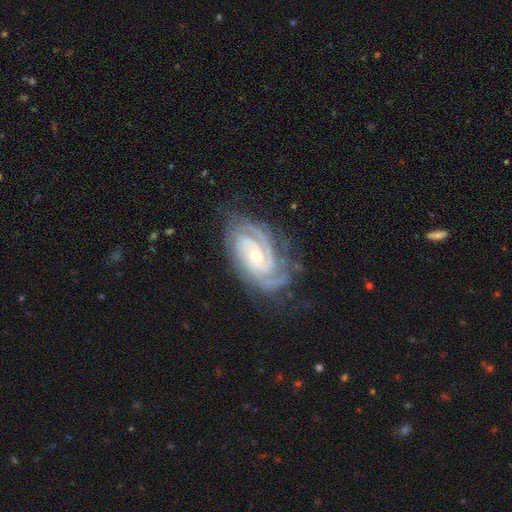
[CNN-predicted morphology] Smooth or featured: featured or disk — 91% (star or artifact — 5%)
Edge-on disk: no — 96% (yes — 4%)
Bar: no — 65% (weak — 25%)
Spiral arms: yes — 98% (no — 2%)
Spiral winding: tight — 75% (medium — 22%)
Spiral arm count: 3 — 36% (2 — 31%)
Bulge size: small — 64% (moderate — 33%)
Merging: none — 72% (minor disturbance — 19%)